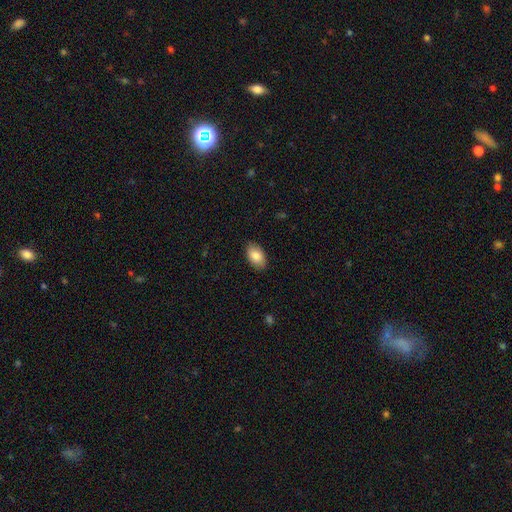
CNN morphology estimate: The model was most divided on "smooth or featured": smooth: 85%, featured or disk: 8%, star or artifact: 6%. More confident: how rounded — in between (93%); merging — none (88%).